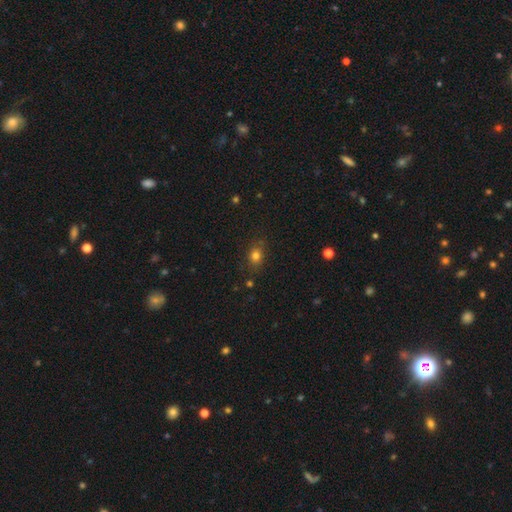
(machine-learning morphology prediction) smooth-or-featured: smooth: 79% | star or artifact: 14% | featured or disk: 8%
  how-rounded: in between: 52% | round: 46% | cigar-shaped: 2%
  merging: none: 79% | minor disturbance: 15% | major disturbance: 4% | merger: 2%